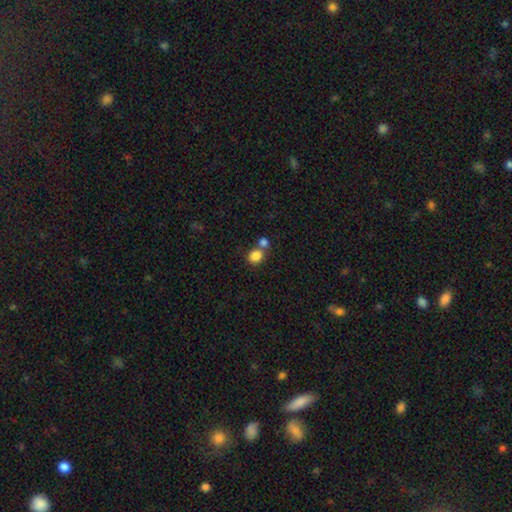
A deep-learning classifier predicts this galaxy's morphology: Smooth or featured? smooth (85%)
How rounded? round (74%)
Merging? none (51%)